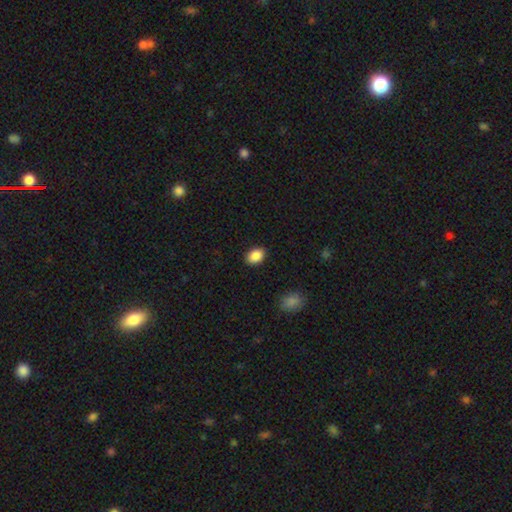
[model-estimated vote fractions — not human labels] This is clearly a smooth galaxy (89%). How rounded: likely in between (79%). Merging: clearly none (89%).